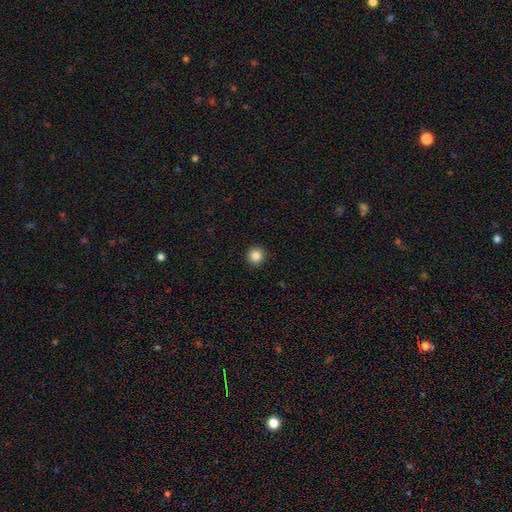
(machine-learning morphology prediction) Smooth or featured? smooth (85%)
How rounded? round (95%)
Merging? none (94%)